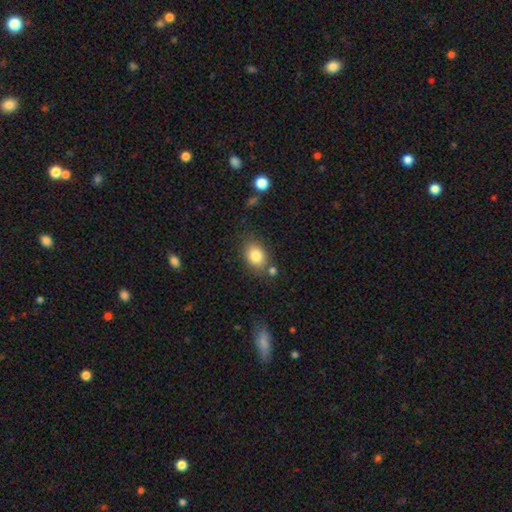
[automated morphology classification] type=smooth (84%); roundness=in between (71%); merging=none (73%).